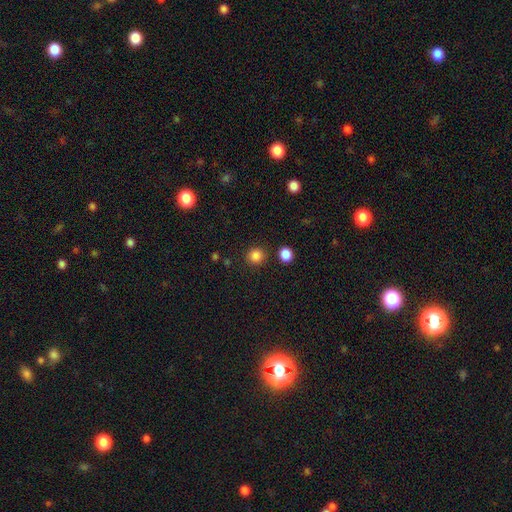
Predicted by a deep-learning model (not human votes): Q: Smooth or featured?
A: smooth (85%); runner-up: star or artifact (11%)
Q: How rounded?
A: round (90%); runner-up: in between (9%)
Q: Merging?
A: none (87%); runner-up: minor disturbance (7%)